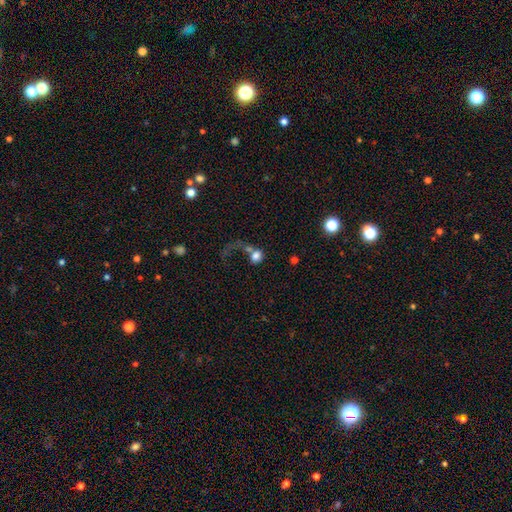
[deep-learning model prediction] Smooth or featured? Predicted: smooth (p=0.68). How rounded? Predicted: round (p=0.59). Merging? Predicted: merger (p=0.38).